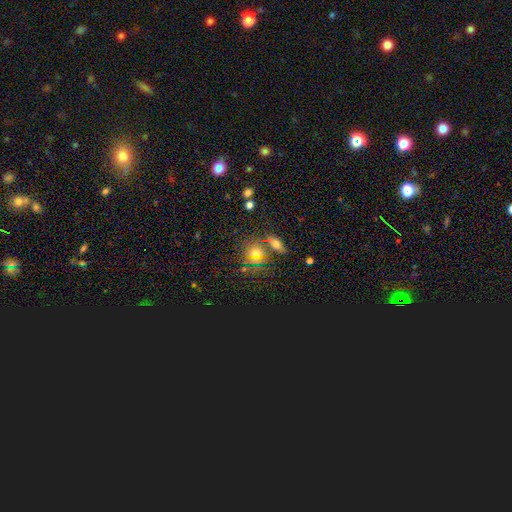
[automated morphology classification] smooth 49%, star or artifact 35%, featured or disk 16%. Down the decision tree: merging — none (64%).